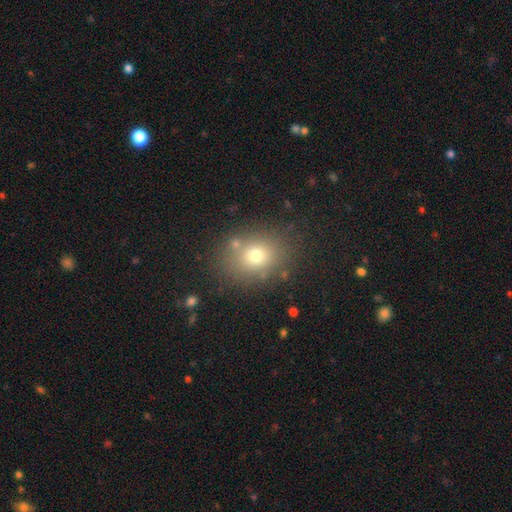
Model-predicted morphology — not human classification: Smooth or featured? Predicted: smooth (p=0.71). How rounded? Predicted: round (p=0.52). Merging? Predicted: none (p=0.78).